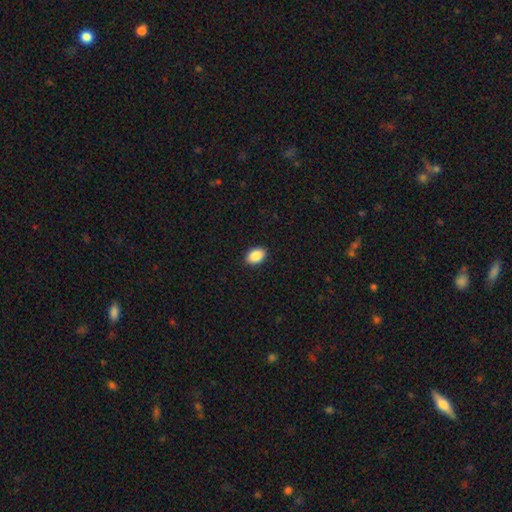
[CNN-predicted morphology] smooth 89%, star or artifact 8%, featured or disk 3%. Down the decision tree: how rounded — in between (84%); merging — none (90%).